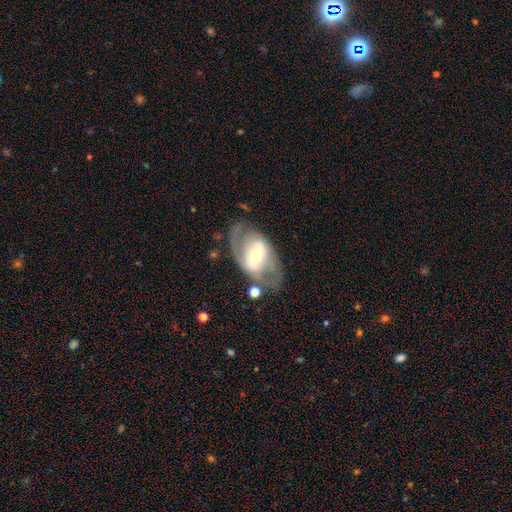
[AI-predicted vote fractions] Smooth or featured? featured or disk (75%)
Edge-on disk? no (94%)
Bar? weak (36%)
Spiral arms? yes (71%)
Bulge size? moderate (53%)
Merging? none (65%)